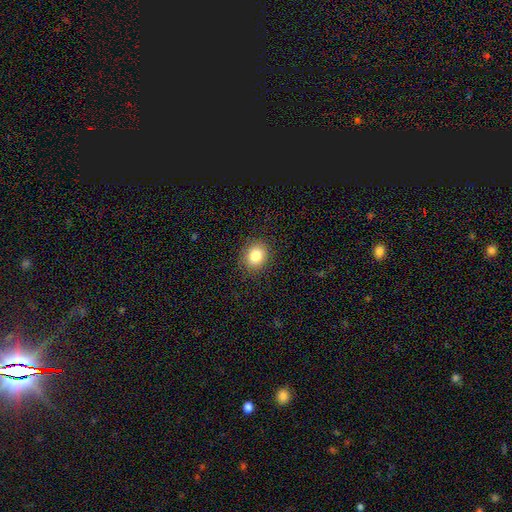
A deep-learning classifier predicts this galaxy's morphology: Smooth or featured: smooth — 83% (star or artifact — 10%)
How rounded: round — 72% (in between — 27%)
Merging: none — 88% (minor disturbance — 8%)